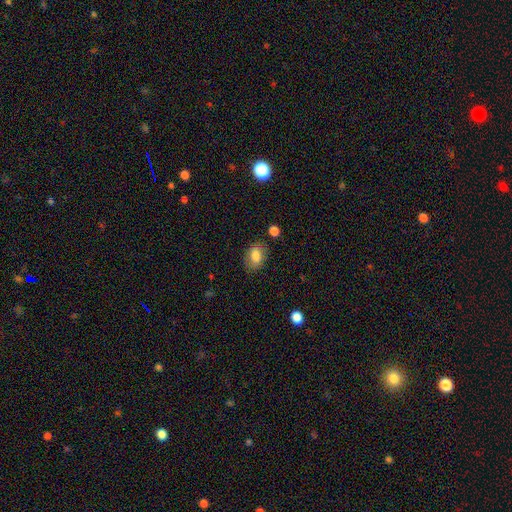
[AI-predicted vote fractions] Overall: smooth (79%). How rounded: in between (80%). Merging: none (80%).